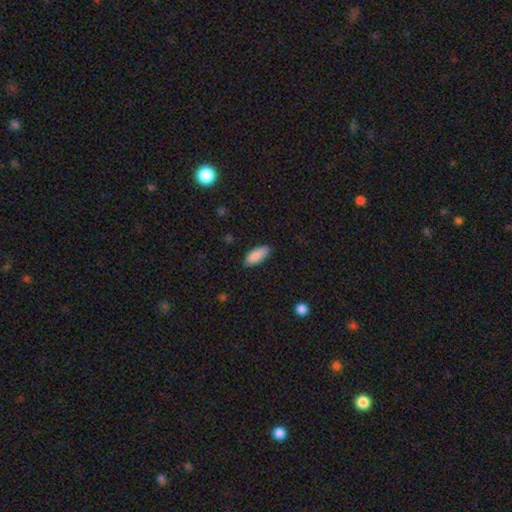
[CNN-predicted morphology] Smooth or featured? smooth (89%)
How rounded? in between (77%)
Merging? none (85%)